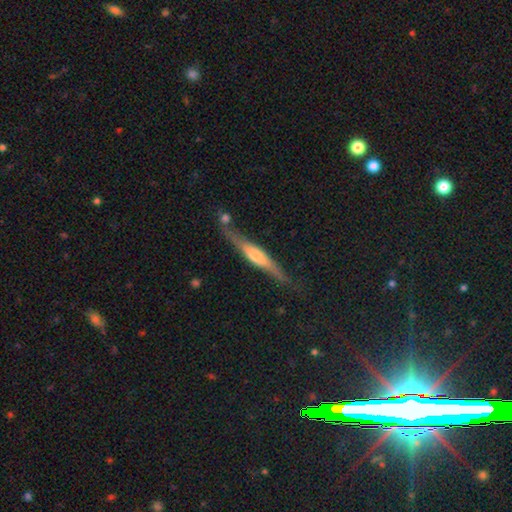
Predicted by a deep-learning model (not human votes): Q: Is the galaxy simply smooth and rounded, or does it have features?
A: featured or disk — 71%.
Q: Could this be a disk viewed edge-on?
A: yes — 94%.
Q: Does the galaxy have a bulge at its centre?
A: rounded — 68%.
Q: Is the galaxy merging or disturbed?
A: none — 75%.